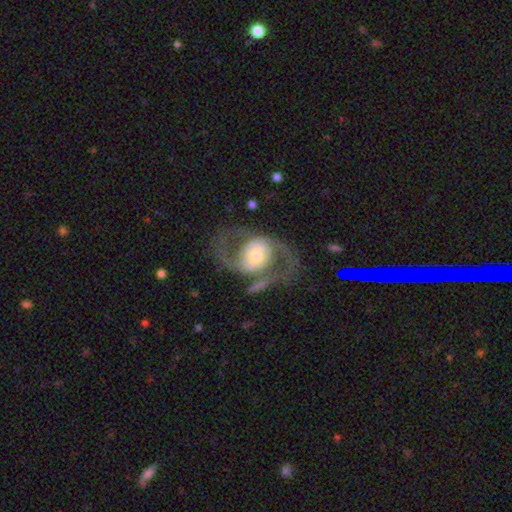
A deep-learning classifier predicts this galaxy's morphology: Smooth or featured? Predicted: featured or disk (p=0.83). Edge-on disk? Predicted: no (p=0.96). Bar? Predicted: no (p=0.56). Spiral arms? Predicted: yes (p=0.84). Spiral winding? Predicted: medium (p=0.54). Spiral arm count? Predicted: 2 (p=0.90). Bulge size? Predicted: moderate (p=0.62). Merging? Predicted: none (p=0.63).